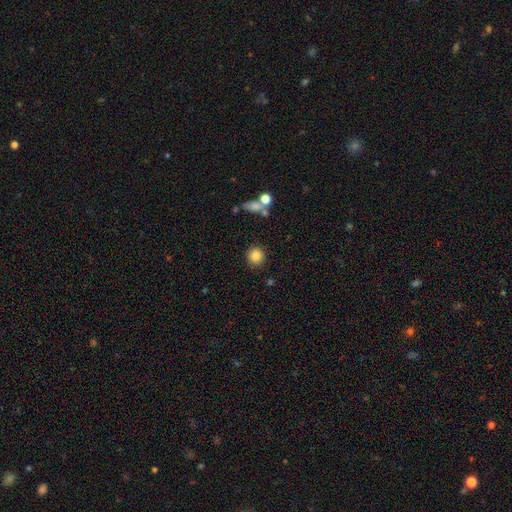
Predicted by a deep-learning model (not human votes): smooth-or-featured: smooth: 86% | star or artifact: 10% | featured or disk: 4%
  how-rounded: round: 91% | in between: 7% | cigar-shaped: 1%
  merging: none: 85% | minor disturbance: 7% | merger: 4% | major disturbance: 3%